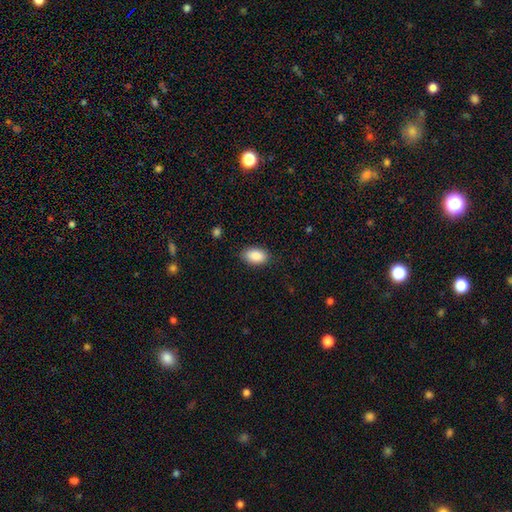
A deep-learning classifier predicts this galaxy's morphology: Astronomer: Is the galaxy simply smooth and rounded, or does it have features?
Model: smooth — 89%.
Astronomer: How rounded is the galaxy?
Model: in between — 93%.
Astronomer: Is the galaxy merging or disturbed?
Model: none — 86%.